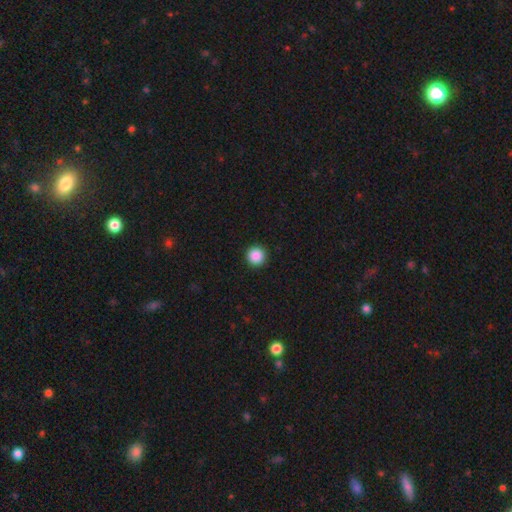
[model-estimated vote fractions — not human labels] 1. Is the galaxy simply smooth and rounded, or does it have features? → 88% smooth, 9% star or artifact, 3% featured or disk.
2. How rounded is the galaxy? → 96% round, 3% in between, 1% cigar-shaped.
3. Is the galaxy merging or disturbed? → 94% none, 4% minor disturbance, 1% major disturbance, 1% merger.